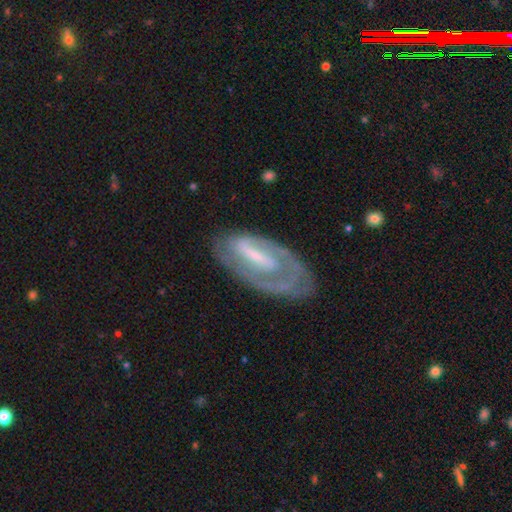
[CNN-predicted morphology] Overall: featured or disk (75%). Edge-on disk: no (91%). Bar: strong (45%; weak 37%). Spiral arms: yes (78%). Spiral arm count: 1 (36%; 2 35%). Spiral winding: tight (55%; medium 32%). Bulge size: small (47%; moderate 29%). Merging: none (61%; minor disturbance 22%).